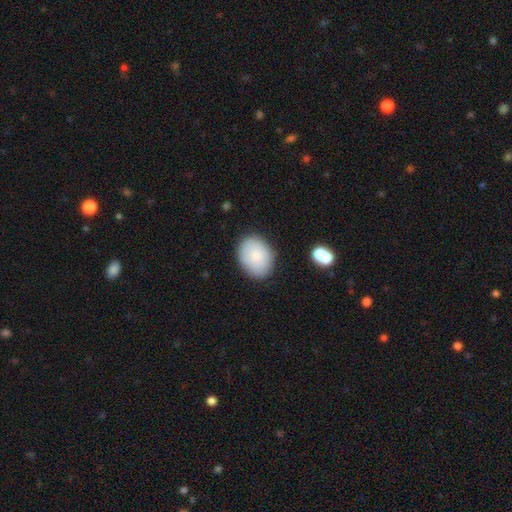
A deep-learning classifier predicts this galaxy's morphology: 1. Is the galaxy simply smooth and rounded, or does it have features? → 81% smooth, 11% featured or disk, 8% star or artifact.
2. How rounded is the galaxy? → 64% in between, 35% round, 1% cigar-shaped.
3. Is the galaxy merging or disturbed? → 84% none, 11% minor disturbance, 3% major disturbance, 2% merger.